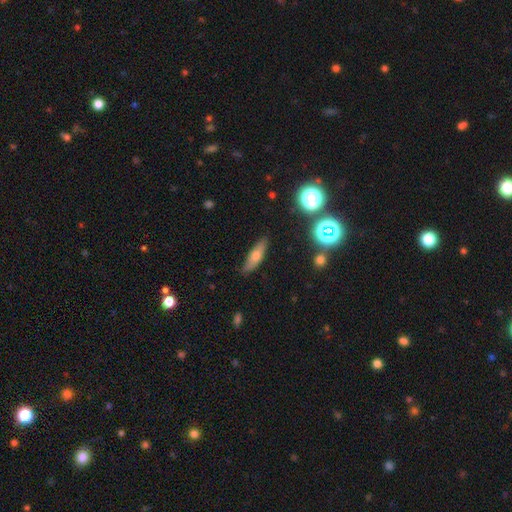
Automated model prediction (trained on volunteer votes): Smooth or featured?
  - smooth: 62% *
  - featured or disk: 28%
  - star or artifact: 10%
How rounded?
  - cigar-shaped: 58% *
  - in between: 39%
  - round: 3%
Merging?
  - none: 83% *
  - minor disturbance: 13%
  - major disturbance: 3%
  - merger: 2%